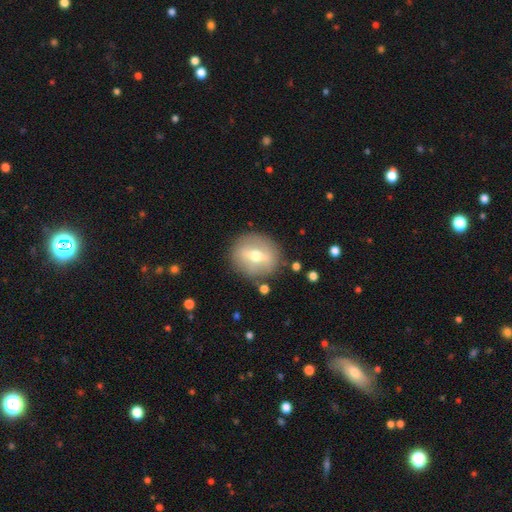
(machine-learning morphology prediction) A featured or disk galaxy (49%).

Vote fractions:
- Smooth or featured? featured or disk: 49% / smooth: 43% / star or artifact: 8%
- Merging? none: 84% / minor disturbance: 10% / major disturbance: 4% / merger: 2%